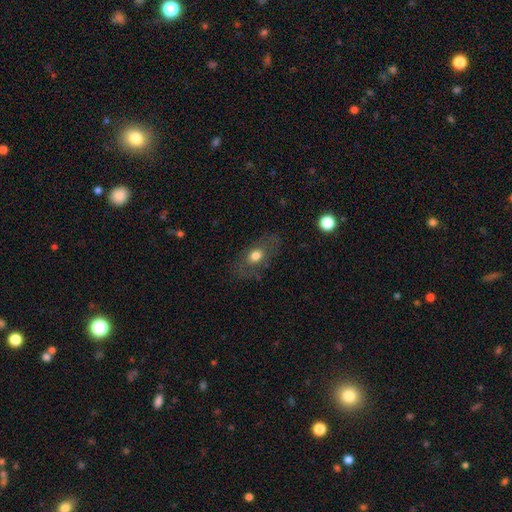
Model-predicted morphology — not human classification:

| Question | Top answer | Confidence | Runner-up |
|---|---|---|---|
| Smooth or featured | smooth | 64% | featured or disk (27%) |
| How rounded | in between | 77% | round (18%) |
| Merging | none | 76% | minor disturbance (15%) |